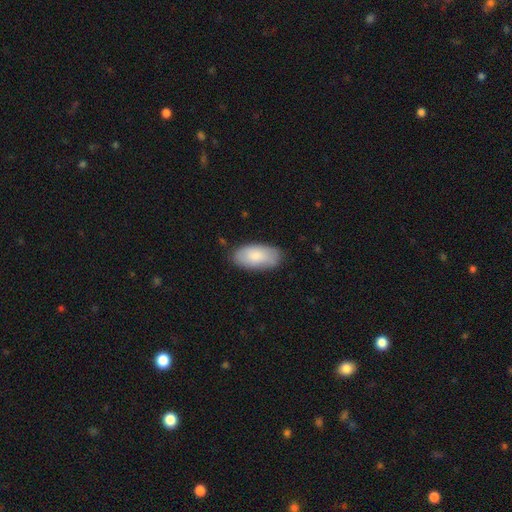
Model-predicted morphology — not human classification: Smooth or featured?
  - smooth: 79% *
  - featured or disk: 15%
  - star or artifact: 6%
How rounded?
  - in between: 95% *
  - cigar-shaped: 3%
  - round: 2%
Merging?
  - none: 80% *
  - minor disturbance: 16%
  - major disturbance: 3%
  - merger: 1%